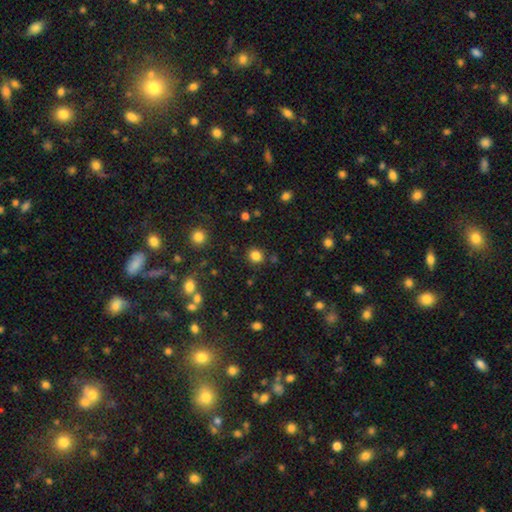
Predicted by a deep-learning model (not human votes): Q: Smooth or featured?
A: smooth (83%); runner-up: star or artifact (13%)
Q: How rounded?
A: round (85%); runner-up: in between (15%)
Q: Merging?
A: none (88%); runner-up: minor disturbance (7%)